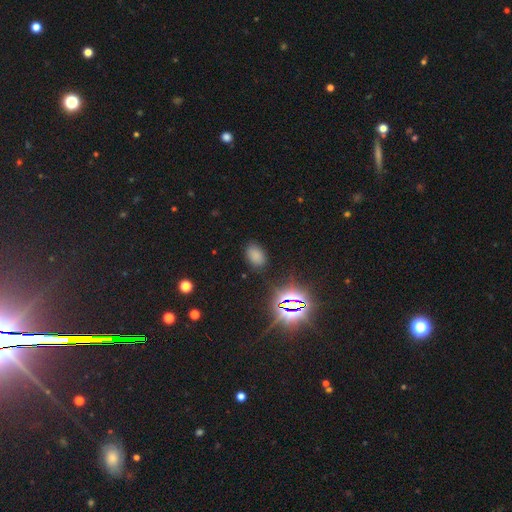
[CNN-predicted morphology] Smooth or featured: smooth — 70% (star or artifact — 25%)
How rounded: in between — 87% (round — 11%)
Merging: none — 82% (minor disturbance — 12%)